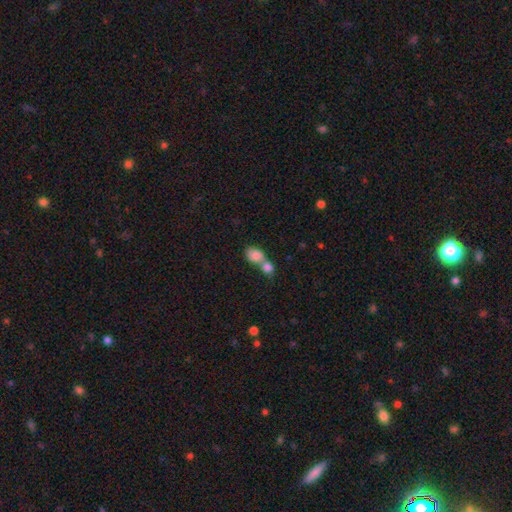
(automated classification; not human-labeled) This appears to be a smooth galaxy with no disk features (83%) that is in between round and cigar-shaped (68%). Merging: merger (69%).